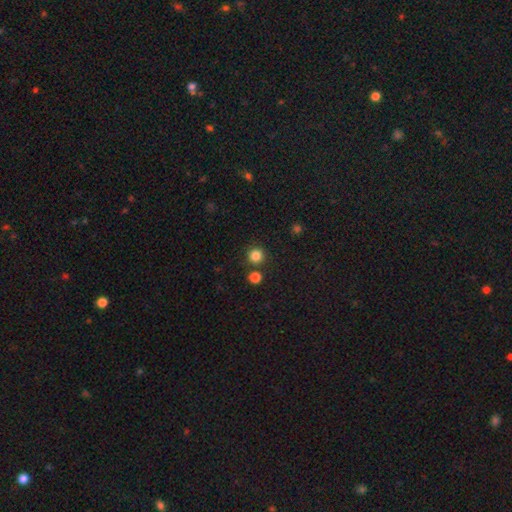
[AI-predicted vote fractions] smooth 83%, star or artifact 13%, featured or disk 4%. Down the decision tree: how rounded — round (95%); merging — none (85%).